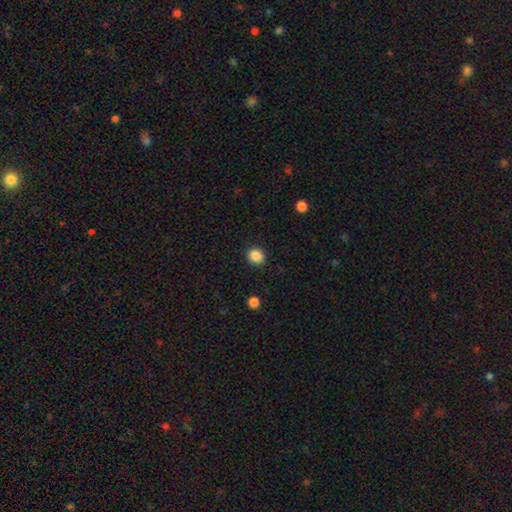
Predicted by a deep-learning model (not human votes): Smooth or featured: smooth — 88% (star or artifact — 10%)
How rounded: round — 72% (in between — 27%)
Merging: none — 90% (minor disturbance — 6%)